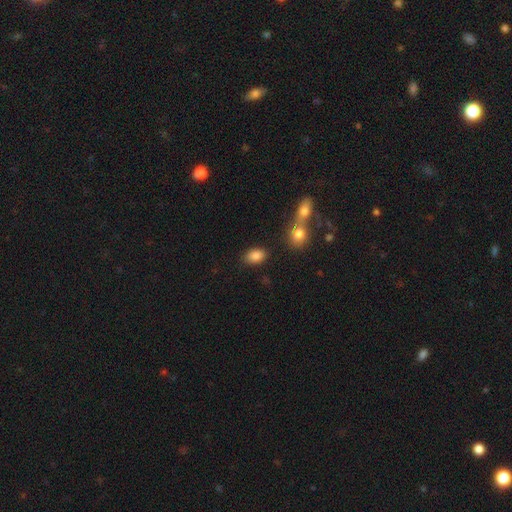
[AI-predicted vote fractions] Smooth or featured? Predicted: smooth (p=0.86). How rounded? Predicted: in between (p=0.86). Merging? Predicted: none (p=0.78).